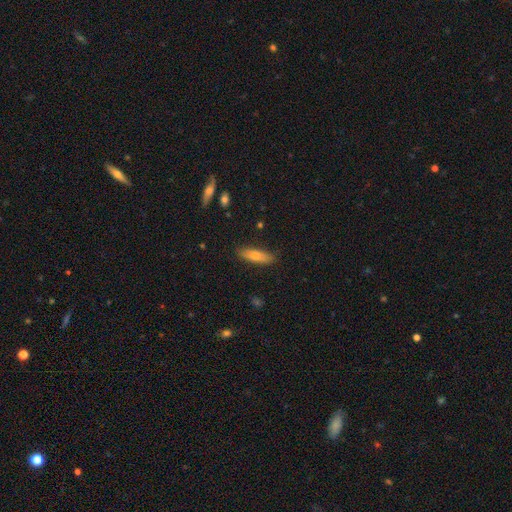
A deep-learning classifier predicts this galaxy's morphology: This is likely a smooth galaxy (78%). How rounded: possibly cigar-shaped (53%). Merging: clearly none (83%).